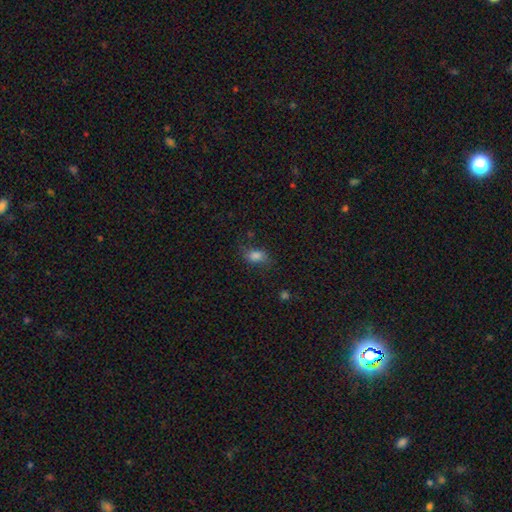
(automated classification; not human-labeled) A smooth galaxy with no disk features (77%) that is in between round and cigar-shaped (82%). Merging: none (58%).